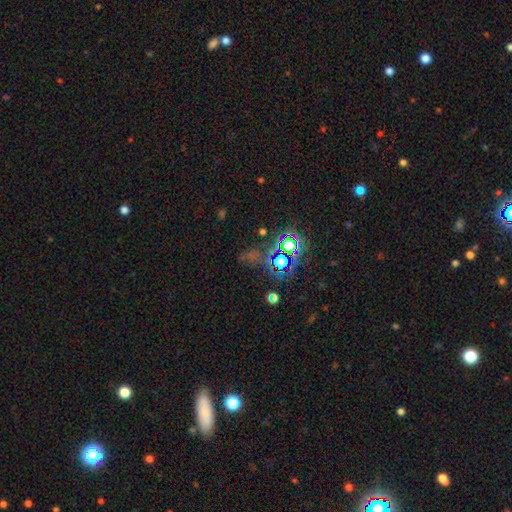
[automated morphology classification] Q: Smooth or featured?
A: star or artifact (68%); runner-up: smooth (20%)